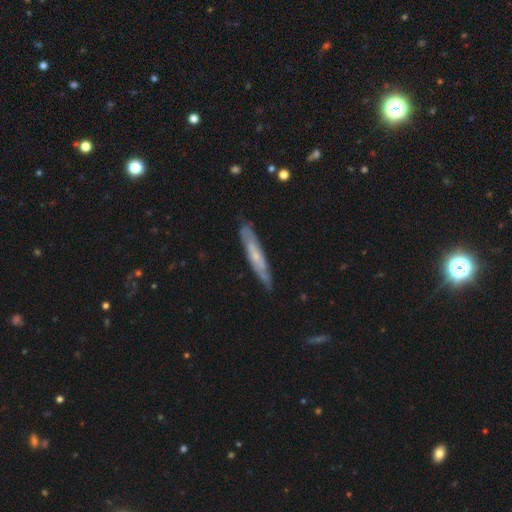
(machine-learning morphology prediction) This appears to be a featured or disk galaxy (58%) viewed edge-on (66%). Merging: none (78%).